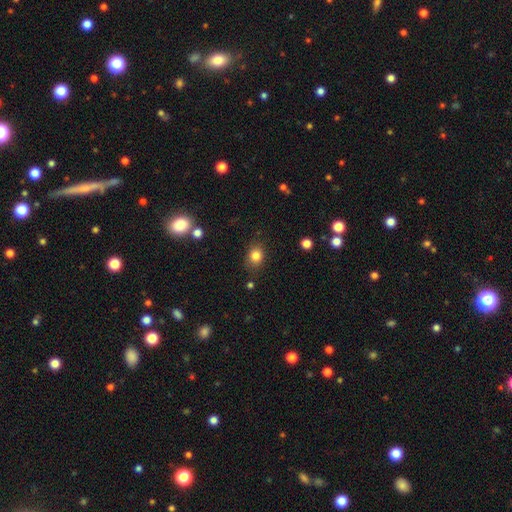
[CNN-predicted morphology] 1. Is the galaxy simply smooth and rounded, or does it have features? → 83% smooth, 11% star or artifact, 6% featured or disk.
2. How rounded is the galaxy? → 55% round, 44% in between, 1% cigar-shaped.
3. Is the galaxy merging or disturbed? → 80% none, 14% minor disturbance, 4% major disturbance, 2% merger.